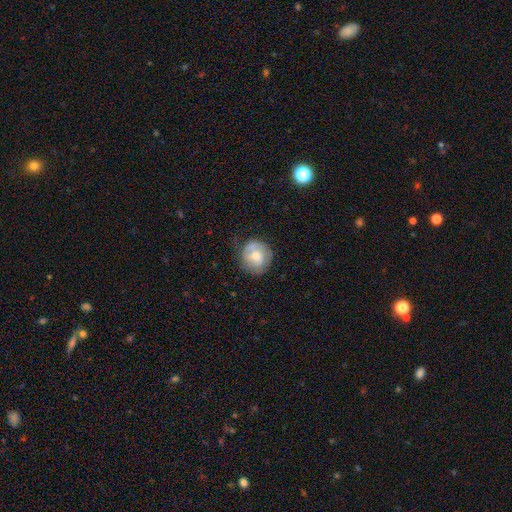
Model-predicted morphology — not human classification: A smooth galaxy with no disk features (49%). Merging: none (70%).